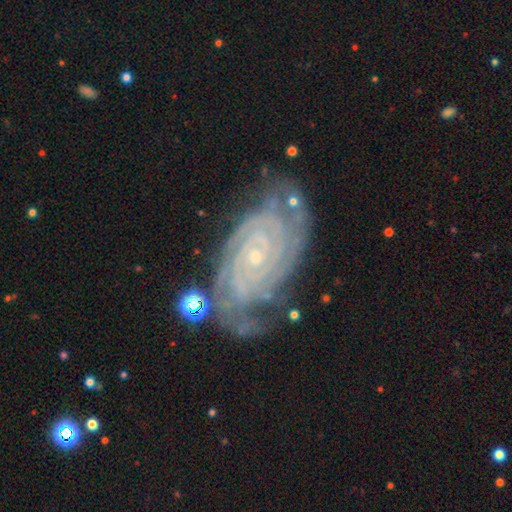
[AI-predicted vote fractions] featured or disk 91%, star or artifact 5%, smooth 3%. Down the decision tree: edge-on disk — no (97%); bar — no (76%); spiral arms — yes (99%); spiral arm count — 4 (22%); spiral winding — tight (85%); bulge size — small (87%); merging — none (68%).